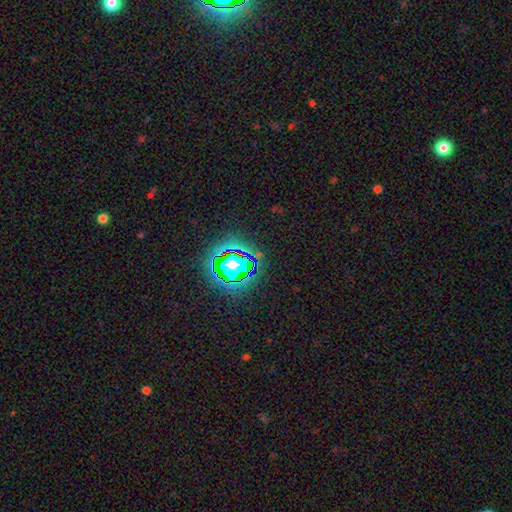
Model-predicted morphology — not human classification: smooth_or_featured: star or artifact (p=0.71) [alt: smooth p=0.18]